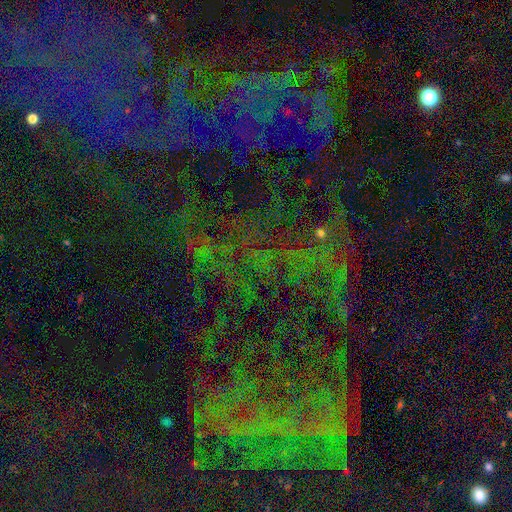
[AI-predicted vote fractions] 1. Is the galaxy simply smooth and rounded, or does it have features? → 75% star or artifact, 14% smooth, 11% featured or disk.